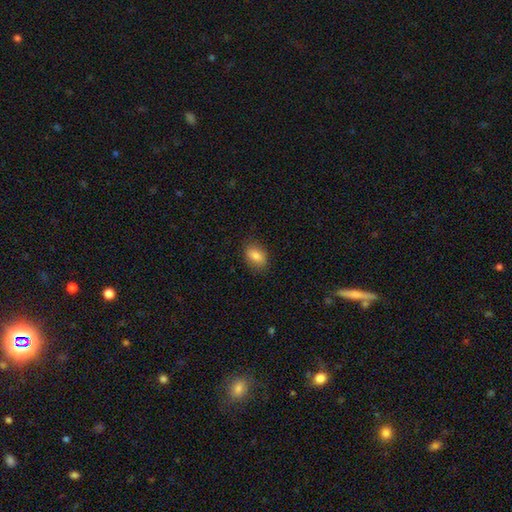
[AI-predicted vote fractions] A smooth galaxy with no disk features (80%) that is in between round and cigar-shaped (82%).

Vote fractions:
- Smooth or featured? smooth: 80% / featured or disk: 12% / star or artifact: 8%
- How rounded? in between: 82% / round: 15% / cigar-shaped: 3%
- Merging? none: 84% / minor disturbance: 12% / major disturbance: 3% / merger: 1%